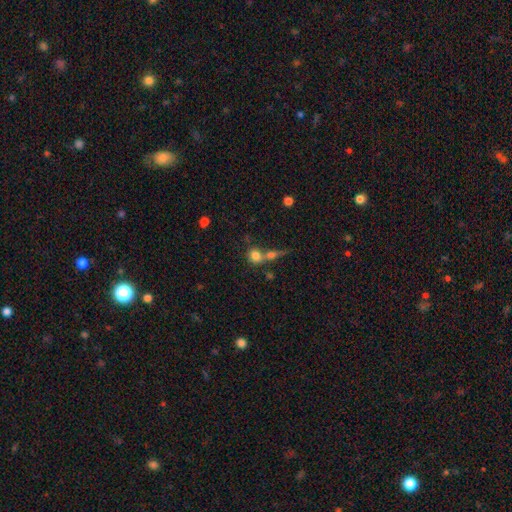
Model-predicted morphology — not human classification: Smooth or featured?
  - smooth: 77% *
  - featured or disk: 12%
  - star or artifact: 11%
How rounded?
  - round: 73% *
  - in between: 24%
  - cigar-shaped: 3%
Merging?
  - merger: 48% *
  - none: 39%
  - minor disturbance: 8%
  - major disturbance: 5%